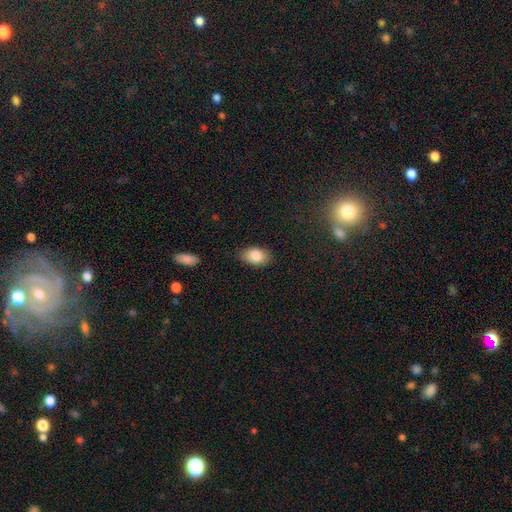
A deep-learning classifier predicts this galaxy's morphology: smooth 84%, featured or disk 8%, star or artifact 7%. Down the decision tree: how rounded — in between (91%); merging — none (83%).